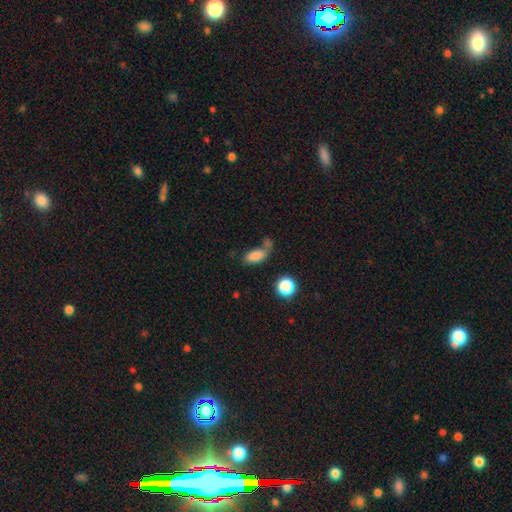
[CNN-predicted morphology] A smooth galaxy with no disk features (82%) that is in between round and cigar-shaped (84%). Merging: none (43%).